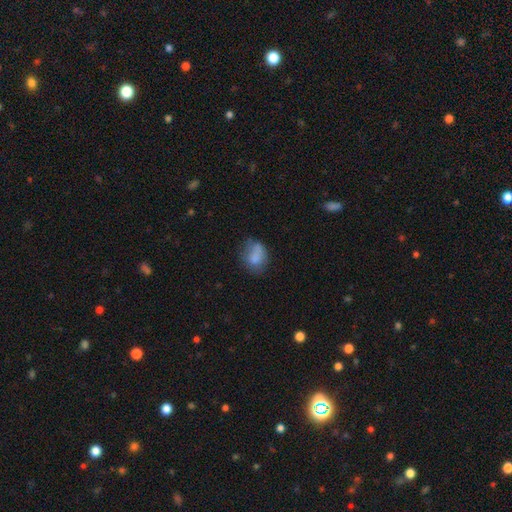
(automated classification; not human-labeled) smooth 74%, featured or disk 17%, star or artifact 10%. Down the decision tree: how rounded — in between (61%); merging — none (46%).